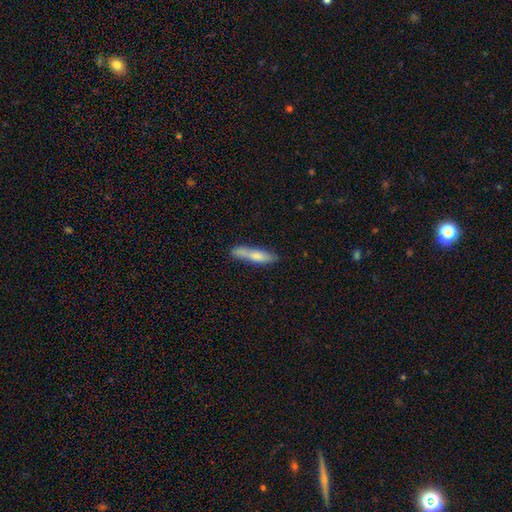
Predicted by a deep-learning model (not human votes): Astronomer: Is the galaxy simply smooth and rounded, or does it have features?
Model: smooth — 74%.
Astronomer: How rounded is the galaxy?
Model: cigar-shaped — 81%.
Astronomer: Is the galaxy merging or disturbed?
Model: none — 68%.